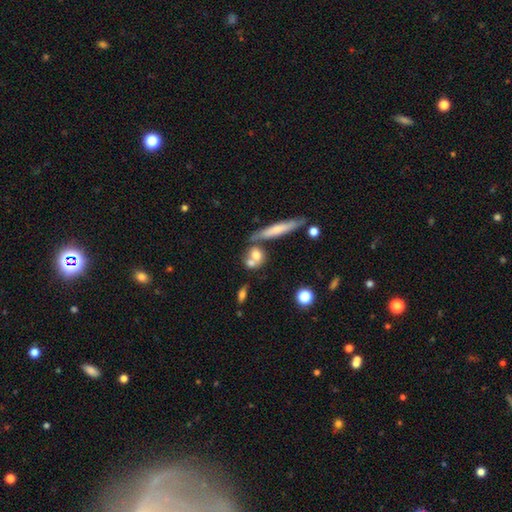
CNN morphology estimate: A smooth galaxy with no disk features (67%) that is round (50%).

Vote fractions:
- Smooth or featured? smooth: 67% / featured or disk: 23% / star or artifact: 10%
- How rounded? round: 50% / in between: 35% / cigar-shaped: 15%
- Merging? none: 44% / merger: 39% / minor disturbance: 12% / major disturbance: 6%